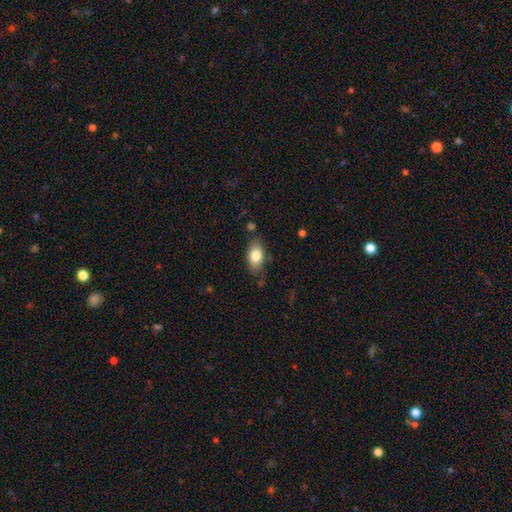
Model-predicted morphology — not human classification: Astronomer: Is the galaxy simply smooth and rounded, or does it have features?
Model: smooth — 80%.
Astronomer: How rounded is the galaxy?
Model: in between — 90%.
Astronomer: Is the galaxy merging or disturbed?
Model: none — 75%.